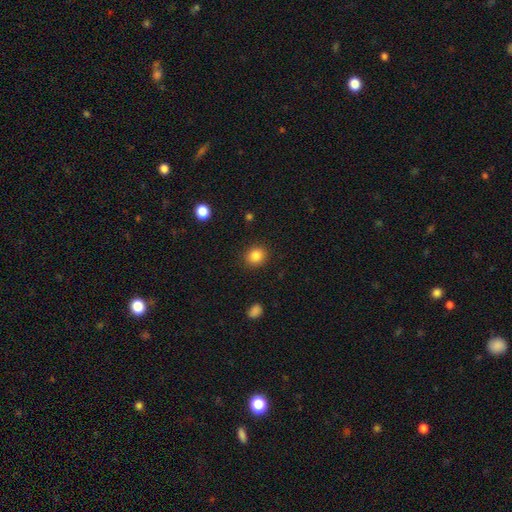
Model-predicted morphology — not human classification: smooth_or_featured: smooth (p=0.85) [alt: star or artifact p=0.10]
how_rounded: round (p=0.75) [alt: in between p=0.24]
merging: none (p=0.90) [alt: minor disturbance p=0.07]